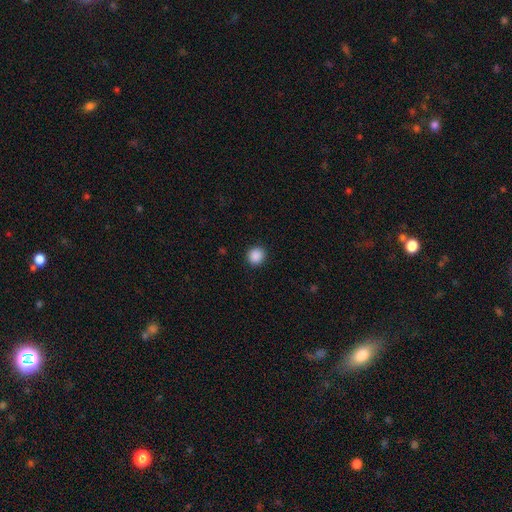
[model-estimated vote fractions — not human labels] smooth 89%, star or artifact 9%, featured or disk 2%. Down the decision tree: how rounded — round (89%); merging — none (92%).